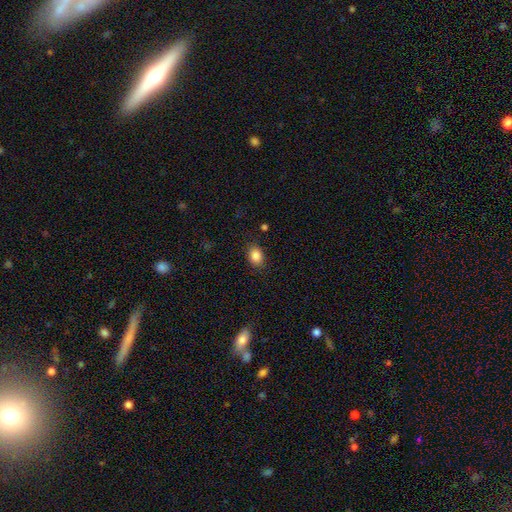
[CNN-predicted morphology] Overall: smooth (86%). How rounded: in between (61%; round 38%). Merging: none (85%).